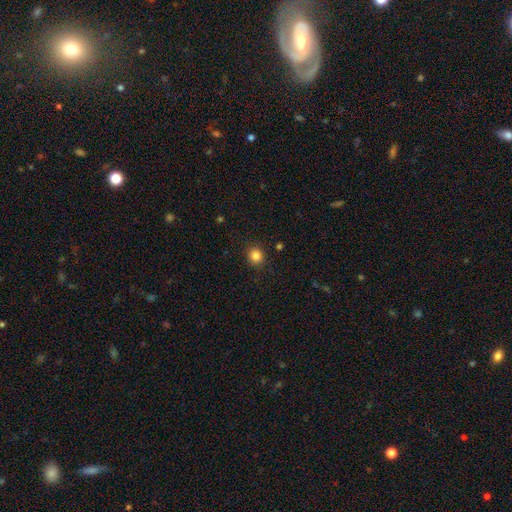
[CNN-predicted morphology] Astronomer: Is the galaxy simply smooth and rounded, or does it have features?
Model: smooth — 84%.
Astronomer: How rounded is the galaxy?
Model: round — 87%.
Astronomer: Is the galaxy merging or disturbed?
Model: none — 90%.